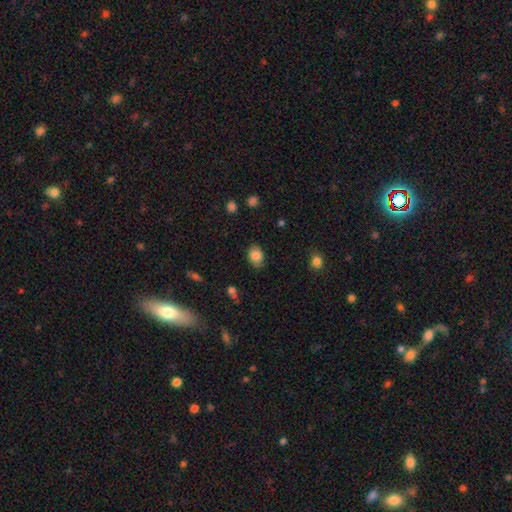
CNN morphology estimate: The model was most divided on "how rounded": in between: 71%, round: 28%, cigar-shaped: 1%. More confident: smooth or featured — smooth (83%); merging — none (81%).